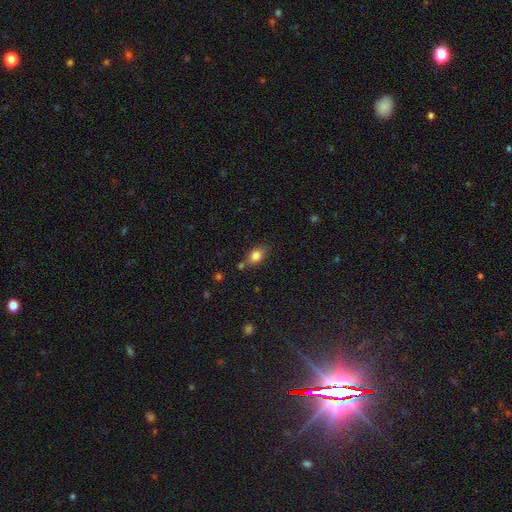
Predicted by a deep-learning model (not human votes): Smooth or featured: smooth — 82% (star or artifact — 10%)
How rounded: in between — 73% (round — 24%)
Merging: none — 65% (minor disturbance — 20%)